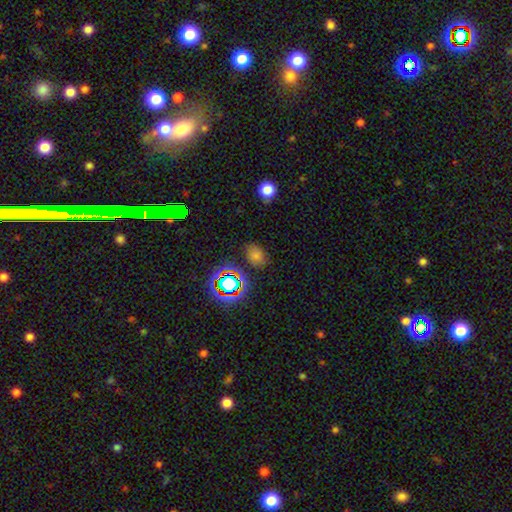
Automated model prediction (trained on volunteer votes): Smooth or featured? Predicted: smooth (p=0.53). How rounded? Predicted: in between (p=0.50). Merging? Predicted: none (p=0.78).